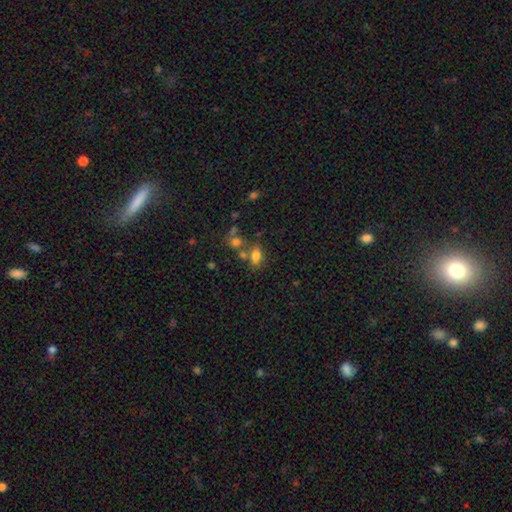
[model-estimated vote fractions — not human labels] A smooth galaxy with no disk features (77%) that is in between round and cigar-shaped (84%).

Vote fractions:
- Smooth or featured? smooth: 77% / star or artifact: 13% / featured or disk: 10%
- How rounded? in between: 84% / round: 12% / cigar-shaped: 3%
- Merging? none: 55% / merger: 25% / minor disturbance: 14% / major disturbance: 6%